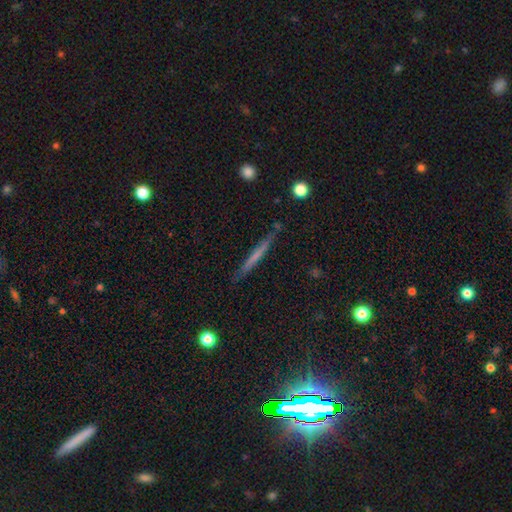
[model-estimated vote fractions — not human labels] smooth-or-featured: smooth: 50% | featured or disk: 42% | star or artifact: 8%
  merging: none: 85% | minor disturbance: 10% | major disturbance: 2% | merger: 2%